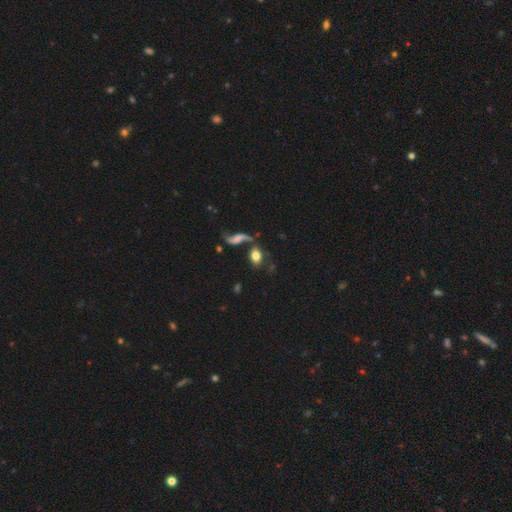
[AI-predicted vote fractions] Q: Smooth or featured?
A: smooth (70%); runner-up: featured or disk (20%)
Q: How rounded?
A: in between (67%); runner-up: round (30%)
Q: Merging?
A: none (53%); runner-up: merger (21%)